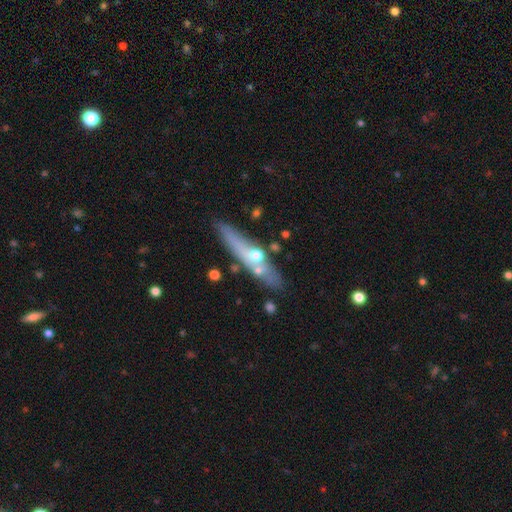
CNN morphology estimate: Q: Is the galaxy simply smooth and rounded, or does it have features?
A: featured or disk — 50%.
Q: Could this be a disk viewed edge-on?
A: yes — 64%.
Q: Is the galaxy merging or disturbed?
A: none — 66%.